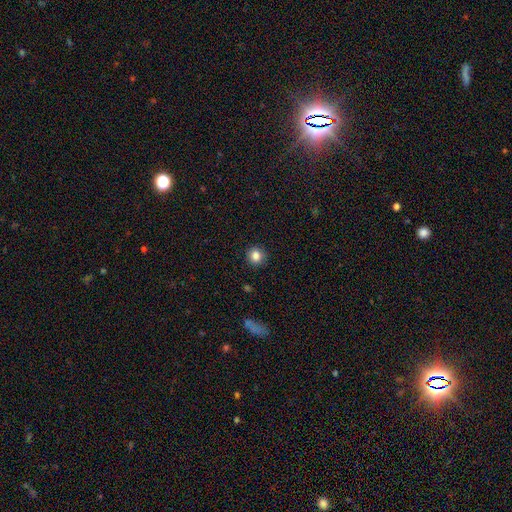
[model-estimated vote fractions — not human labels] smooth 84%, star or artifact 10%, featured or disk 5%. Down the decision tree: how rounded — round (88%); merging — none (90%).